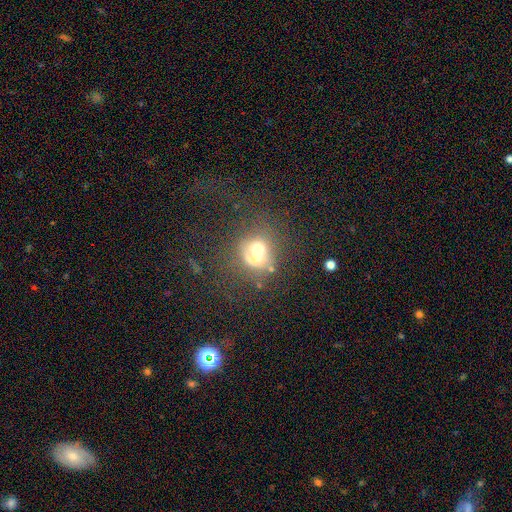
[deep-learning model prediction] This appears to be a smooth galaxy with no disk features (55%) that is round (73%). Merging: merger (59%).